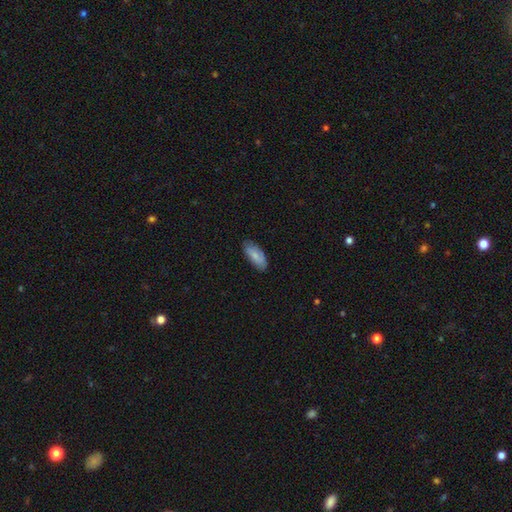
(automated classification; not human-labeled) smooth_or_featured: smooth (p=0.77) [alt: featured or disk p=0.17]
how_rounded: in between (p=0.86) [alt: cigar-shaped p=0.12]
merging: none (p=0.78) [alt: minor disturbance p=0.18]